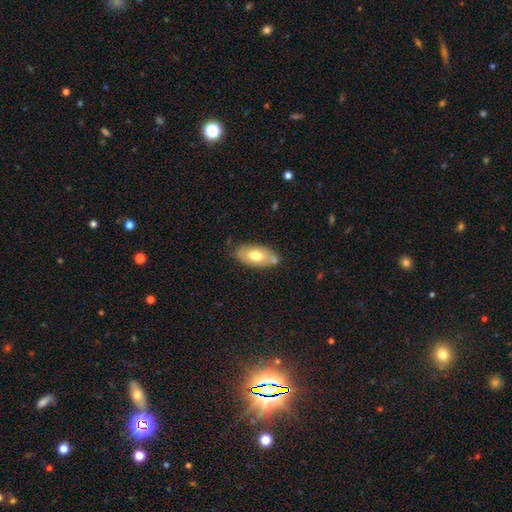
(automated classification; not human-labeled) Overall: smooth (65%; featured or disk 28%). How rounded: in between (92%). Merging: none (68%).